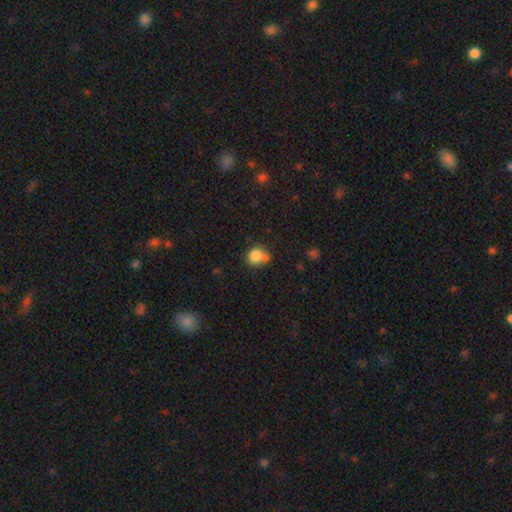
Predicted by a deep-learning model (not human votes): smooth-or-featured: smooth: 80% | star or artifact: 11% | featured or disk: 9%
  how-rounded: round: 70% | in between: 29% | cigar-shaped: 1%
  merging: none: 47% | minor disturbance: 23% | merger: 22% | major disturbance: 7%